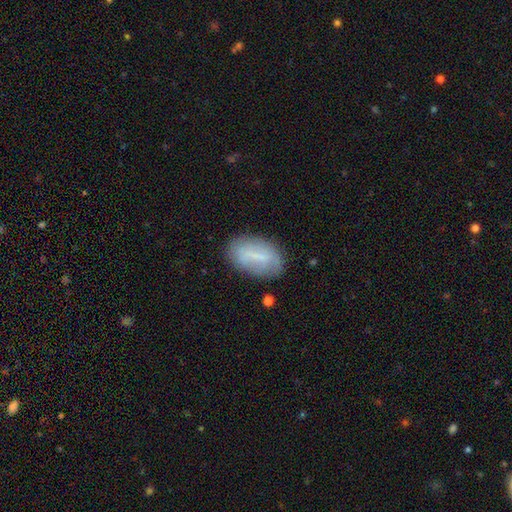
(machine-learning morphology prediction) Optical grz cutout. It shows a smooth galaxy with no disk features (57%) that is in between round and cigar-shaped (91%). Merging: none (74%).